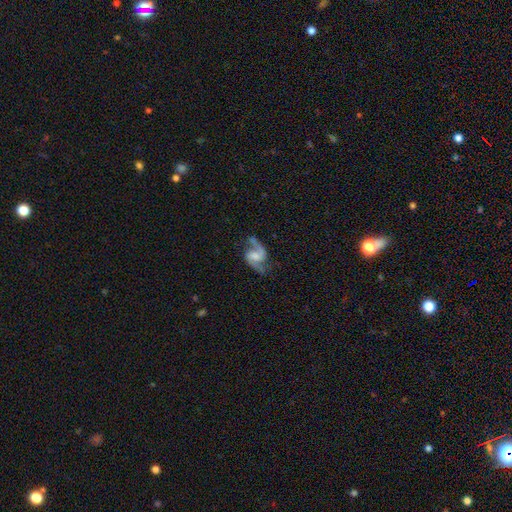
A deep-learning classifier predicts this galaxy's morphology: Smooth or featured: featured or disk — 84% (smooth — 10%)
Edge-on disk: no — 98% (yes — 2%)
Bar: weak — 44% (no — 43%)
Spiral arms: yes — 95% (no — 5%)
Spiral winding: loose — 50% (medium — 41%)
Spiral arm count: 2 — 86% (1 — 8%)
Bulge size: small — 33% (none — 29%)
Merging: none — 58% (minor disturbance — 20%)